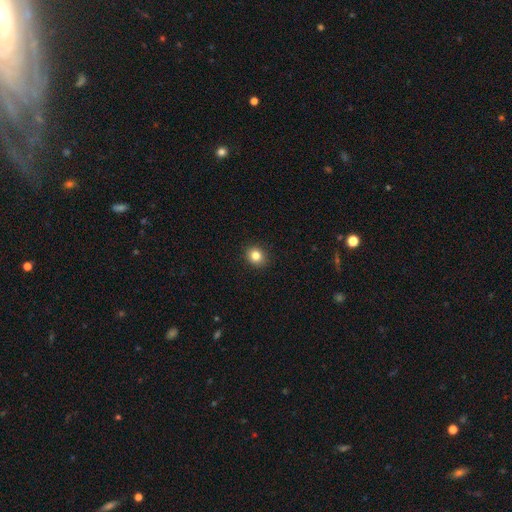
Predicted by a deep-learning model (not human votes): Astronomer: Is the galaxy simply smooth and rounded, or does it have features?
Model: smooth — 82%.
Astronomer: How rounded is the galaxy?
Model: round — 74%.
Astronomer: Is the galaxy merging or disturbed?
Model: none — 91%.